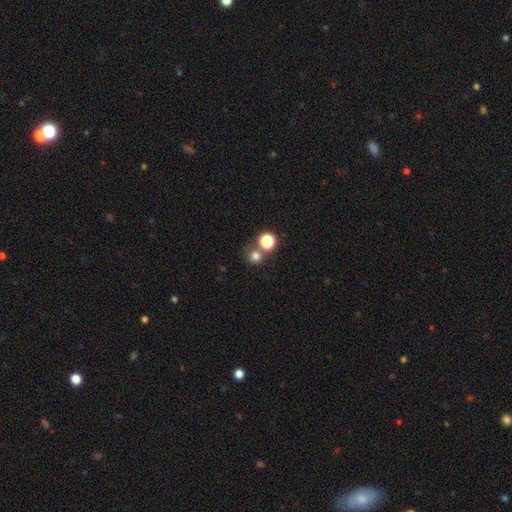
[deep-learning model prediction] Overall: smooth (74%). How rounded: round (89%). Merging: none (61%; merger 28%).